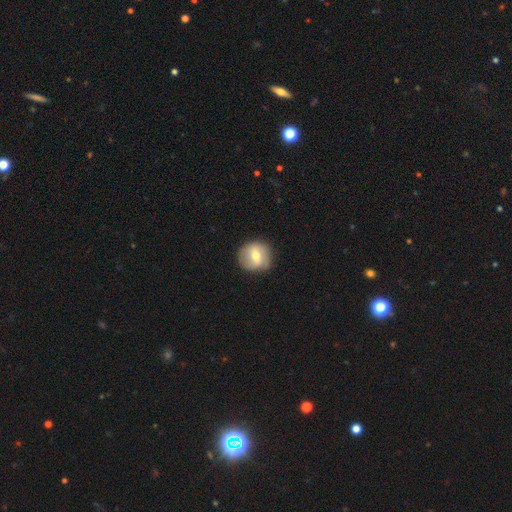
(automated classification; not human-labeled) A smooth galaxy with no disk features (52%) that is round (86%). Merging: none (82%).